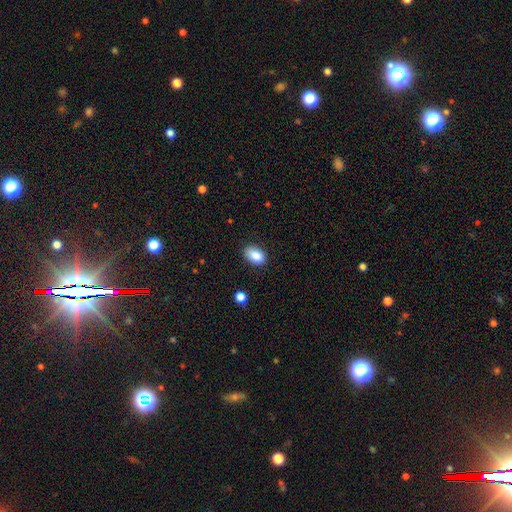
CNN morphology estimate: A smooth galaxy with no disk features (87%) that is in between round and cigar-shaped (91%). Merging: none (84%).